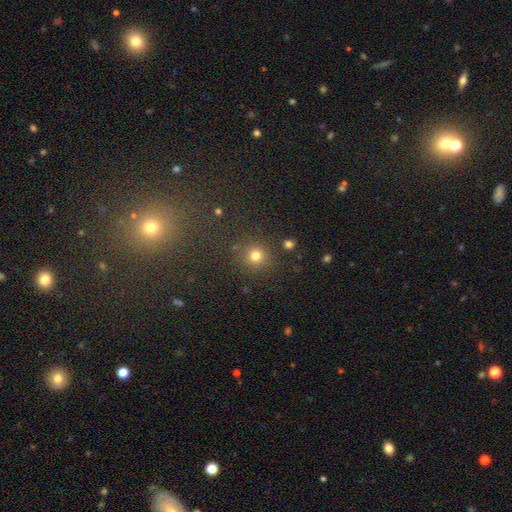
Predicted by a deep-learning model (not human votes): This is likely a smooth galaxy (77%). How rounded: clearly round (93%). Merging: clearly none (84%).